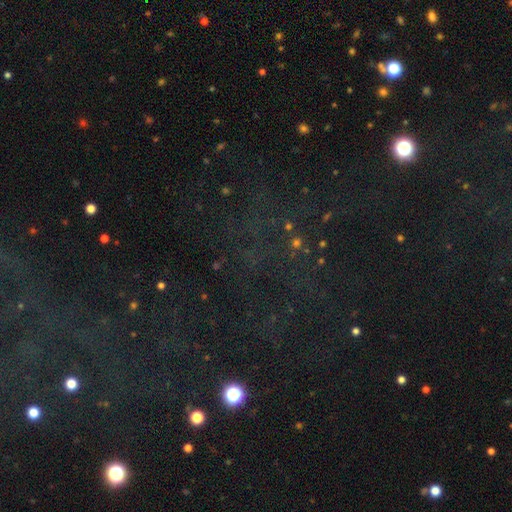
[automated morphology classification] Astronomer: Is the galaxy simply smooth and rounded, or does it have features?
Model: star or artifact — 66%.